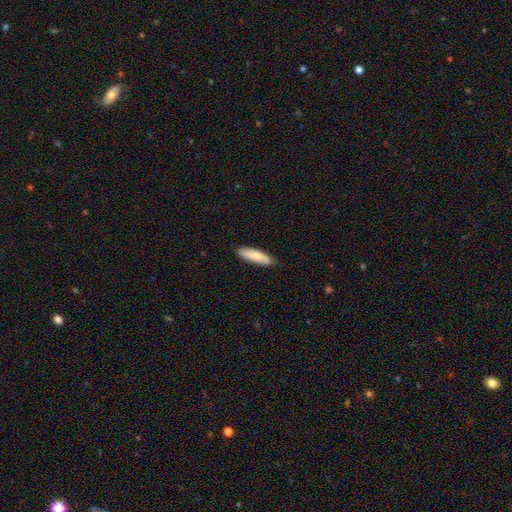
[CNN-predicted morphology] type=smooth (81%); roundness=cigar-shaped (65%); merging=none (86%).